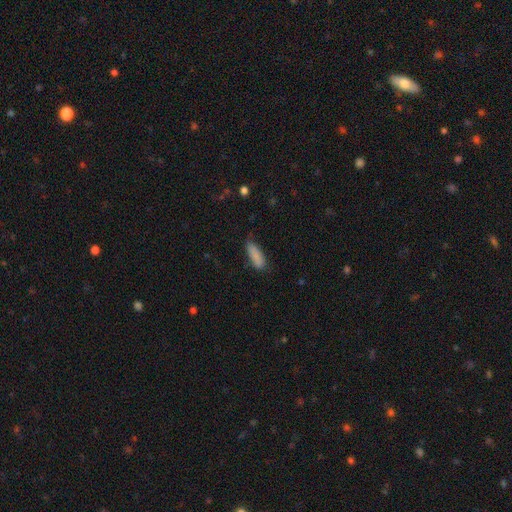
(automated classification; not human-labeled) smooth-or-featured: smooth: 87% | star or artifact: 7% | featured or disk: 6%
  how-rounded: in between: 62% | cigar-shaped: 36% | round: 2%
  merging: none: 73% | minor disturbance: 22% | major disturbance: 4% | merger: 2%